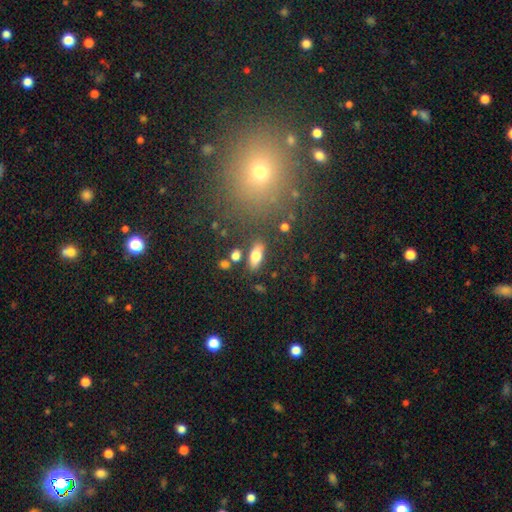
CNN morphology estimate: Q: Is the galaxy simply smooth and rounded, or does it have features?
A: smooth — 75%.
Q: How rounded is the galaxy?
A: in between — 80%.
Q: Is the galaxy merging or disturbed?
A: none — 78%.